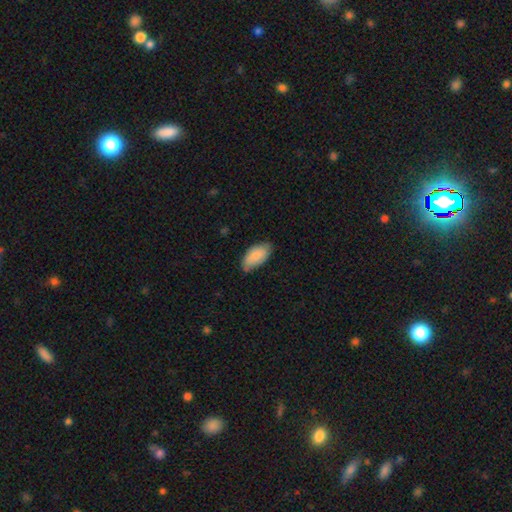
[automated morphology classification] type=smooth (83%); roundness=in between (94%); merging=none (66%).